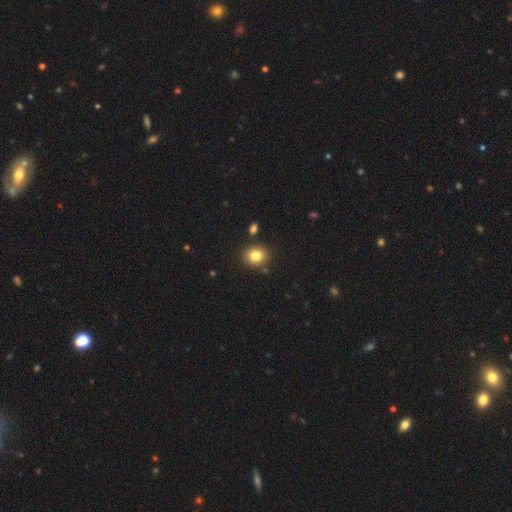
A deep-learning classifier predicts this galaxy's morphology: smooth_or_featured: smooth (p=0.82) [alt: star or artifact p=0.11]
how_rounded: round (p=0.76) [alt: in between p=0.23]
merging: none (p=0.85) [alt: minor disturbance p=0.08]